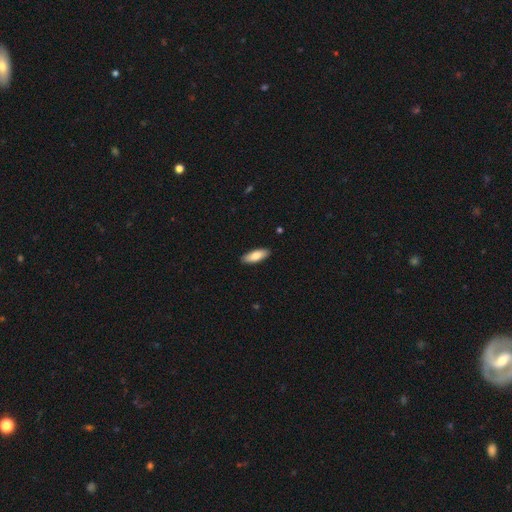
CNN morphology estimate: Q: Smooth or featured?
A: smooth (82%); runner-up: featured or disk (12%)
Q: How rounded?
A: in between (67%); runner-up: cigar-shaped (31%)
Q: Merging?
A: none (90%); runner-up: minor disturbance (8%)